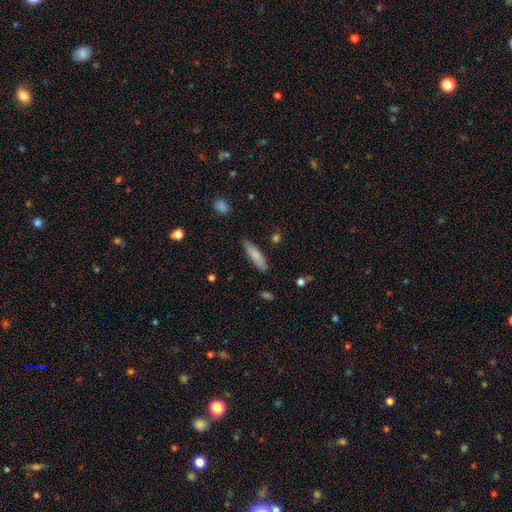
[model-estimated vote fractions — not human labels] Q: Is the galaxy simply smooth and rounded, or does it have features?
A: smooth — 80%.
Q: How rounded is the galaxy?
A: cigar-shaped — 67%.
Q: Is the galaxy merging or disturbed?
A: none — 75%.